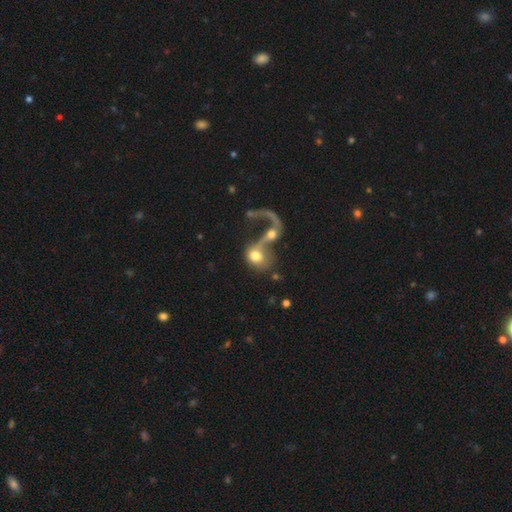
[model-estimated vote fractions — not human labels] Morphology: type=smooth (51%); roundness=round (61%); merging=merger (66%).